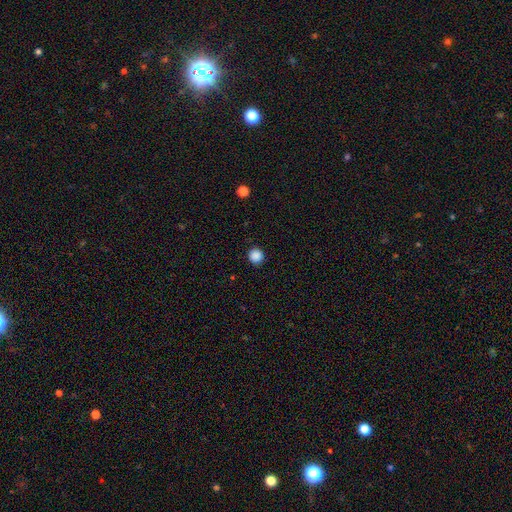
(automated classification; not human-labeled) smooth_or_featured: smooth (p=0.88) [alt: star or artifact p=0.10]
how_rounded: round (p=0.95) [alt: in between p=0.04]
merging: none (p=0.92) [alt: minor disturbance p=0.05]